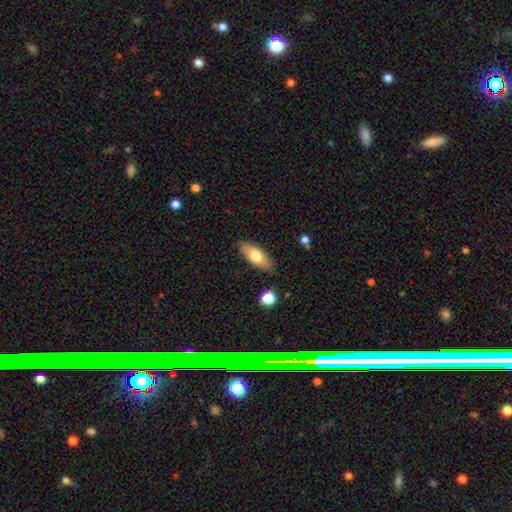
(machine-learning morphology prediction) Overall: smooth (70%). How rounded: in between (75%). Merging: none (87%).